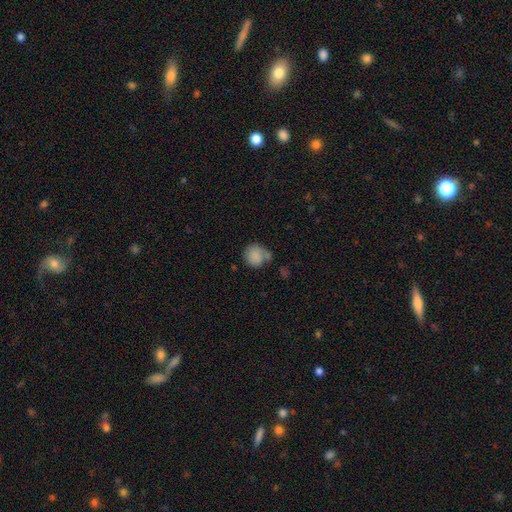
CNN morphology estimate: This is clearly a smooth galaxy (80%). How rounded: likely round (77%). Merging: marginally none (45%).